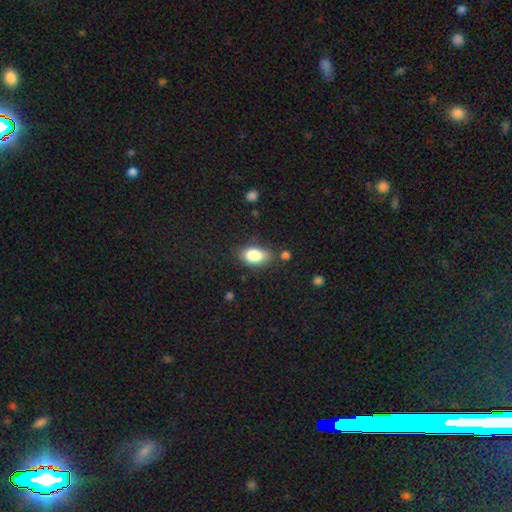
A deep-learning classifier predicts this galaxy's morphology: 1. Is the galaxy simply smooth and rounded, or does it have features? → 84% smooth, 8% star or artifact, 8% featured or disk.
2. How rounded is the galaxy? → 89% in between, 8% round, 3% cigar-shaped.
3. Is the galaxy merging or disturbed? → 73% none, 18% minor disturbance, 5% major disturbance, 5% merger.